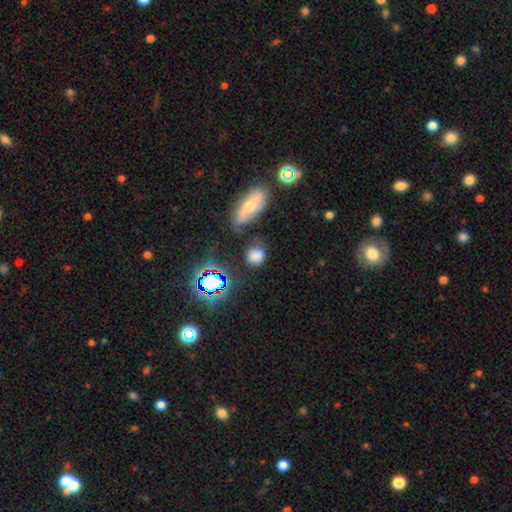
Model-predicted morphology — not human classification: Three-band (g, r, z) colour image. It shows a smooth galaxy with no disk features (68%) that is round (65%). Merging: none (65%).